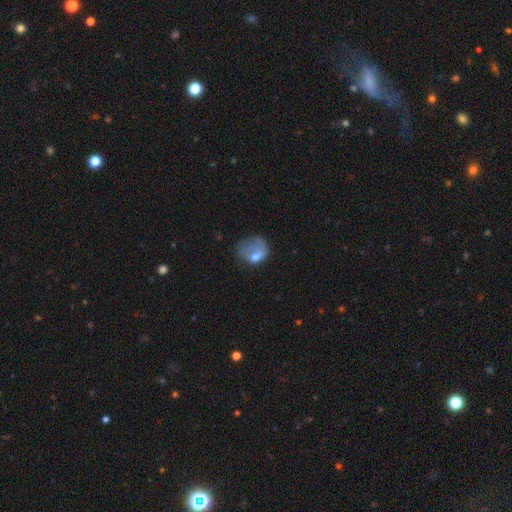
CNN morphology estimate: This is likely a smooth galaxy (60%). How rounded: possibly in between (58%). Merging: possibly major disturbance (49%).